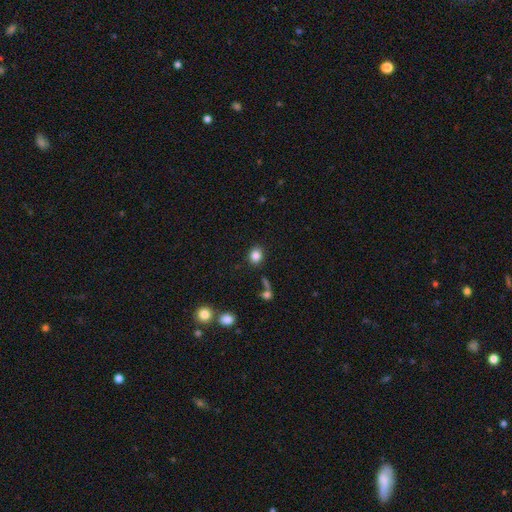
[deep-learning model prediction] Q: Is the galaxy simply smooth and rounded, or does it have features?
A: smooth — 83%.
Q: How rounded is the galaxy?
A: round — 59%.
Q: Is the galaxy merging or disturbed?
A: none — 84%.